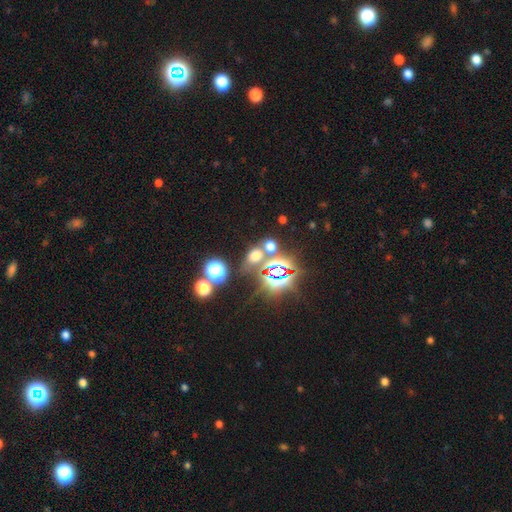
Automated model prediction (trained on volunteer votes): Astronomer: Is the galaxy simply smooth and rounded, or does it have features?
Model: smooth — 46% (runner-up: star or artifact, 44%).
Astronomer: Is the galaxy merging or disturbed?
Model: none — 65%.